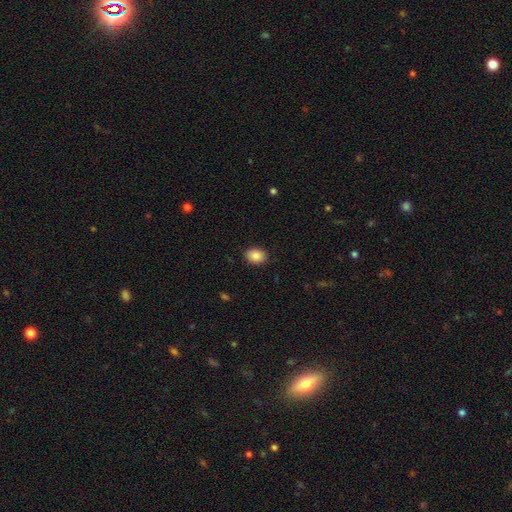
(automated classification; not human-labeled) Smooth or featured: smooth — 87% (star or artifact — 8%)
How rounded: in between — 66% (round — 33%)
Merging: none — 88% (minor disturbance — 8%)